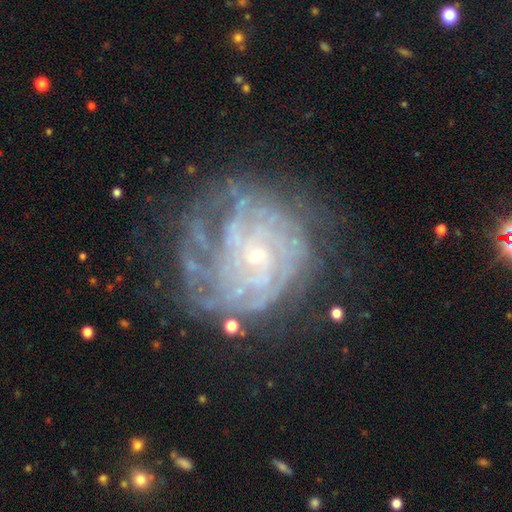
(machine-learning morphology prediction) This is clearly a featured or disk galaxy (84%). It is clearly not viewed edge-on (98%). Bar: likely no (73%). Spiral arm pattern: clearly yes (91%). Spiral arm count: marginally can't tell (42%). Spiral winding: likely tight (72%). Central bulge: likely small (79%). Merging: likely none (62%).